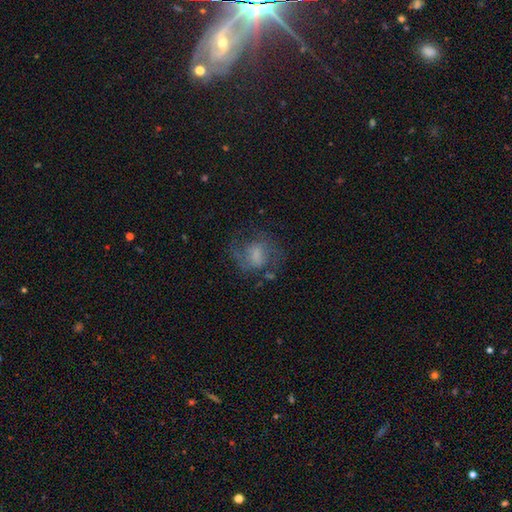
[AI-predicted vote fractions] The model was most divided on "bar": weak: 45%, no: 41%, strong: 14%. Remaining: edge-on disk — no (97%); spiral arms — yes (70%); smooth or featured — featured or disk (54%); merging — none (53%); bulge size — none (33%).